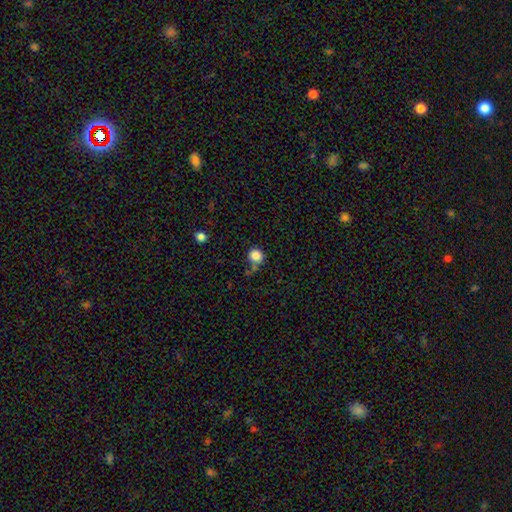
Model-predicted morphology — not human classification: This appears to be a smooth galaxy with no disk features (86%) that is round (89%). Merging: none (66%).